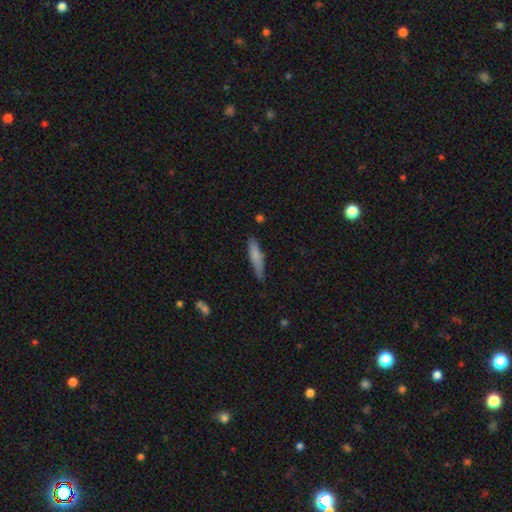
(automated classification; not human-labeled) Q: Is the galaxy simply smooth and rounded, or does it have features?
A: smooth — 74%.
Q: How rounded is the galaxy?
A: cigar-shaped — 82%.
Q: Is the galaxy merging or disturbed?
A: none — 73%.